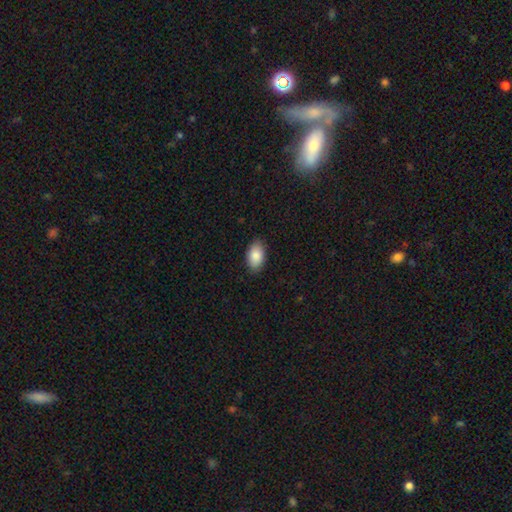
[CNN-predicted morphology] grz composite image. It shows a smooth galaxy with no disk features (87%) that is in between round and cigar-shaped (94%). Merging: none (88%).